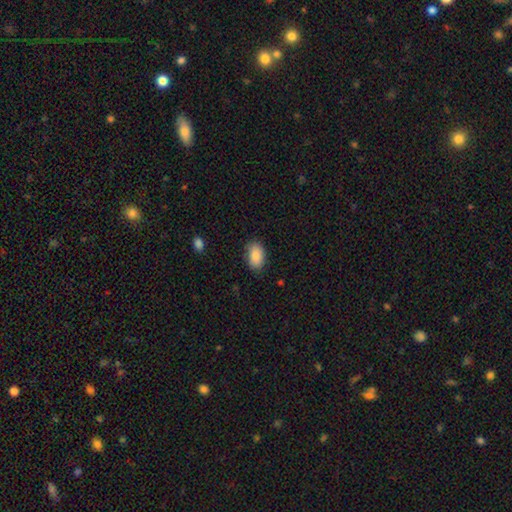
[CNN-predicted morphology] Smooth or featured?
  - smooth: 88% *
  - star or artifact: 7%
  - featured or disk: 5%
How rounded?
  - in between: 89% *
  - round: 10%
  - cigar-shaped: 1%
Merging?
  - none: 81% *
  - minor disturbance: 15%
  - major disturbance: 3%
  - merger: 1%